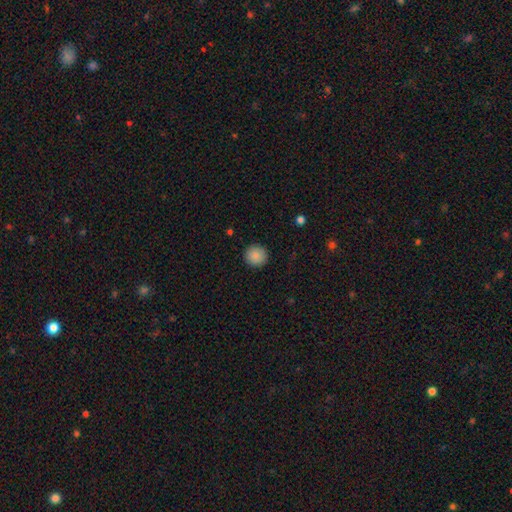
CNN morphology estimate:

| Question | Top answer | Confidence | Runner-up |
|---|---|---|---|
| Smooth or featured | smooth | 88% | star or artifact (8%) |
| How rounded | round | 94% | in between (5%) |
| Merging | none | 92% | minor disturbance (5%) |